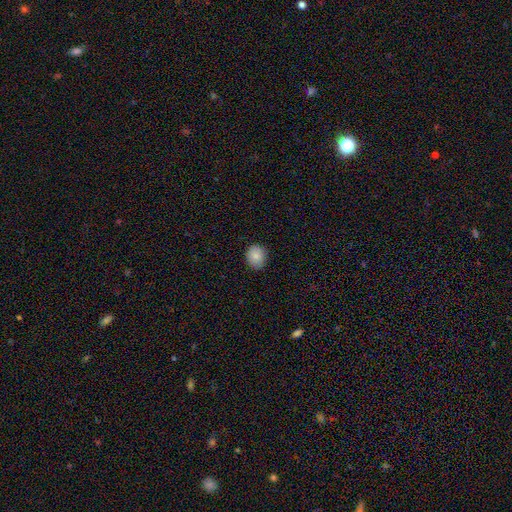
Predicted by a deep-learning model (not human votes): This is clearly a smooth galaxy (85%). How rounded: likely round (61%). Merging: clearly none (87%).